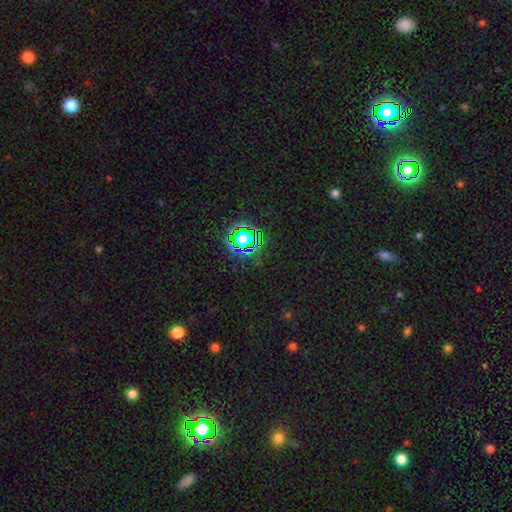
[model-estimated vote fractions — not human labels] The model was most divided on "smooth or featured": star or artifact: 79%, smooth: 14%, featured or disk: 7%.